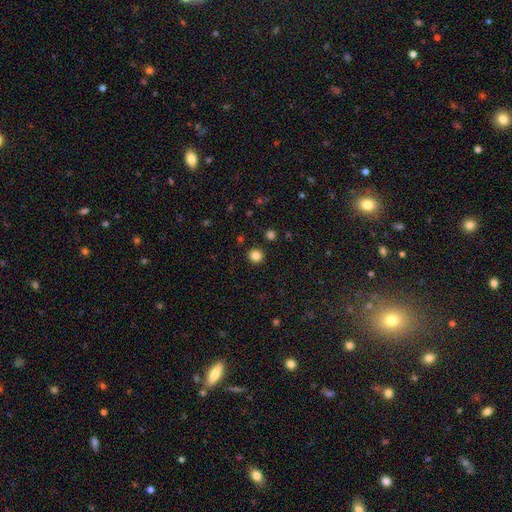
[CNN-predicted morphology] Smooth or featured: smooth — 84% (star or artifact — 12%)
How rounded: round — 94% (in between — 5%)
Merging: none — 91% (minor disturbance — 5%)